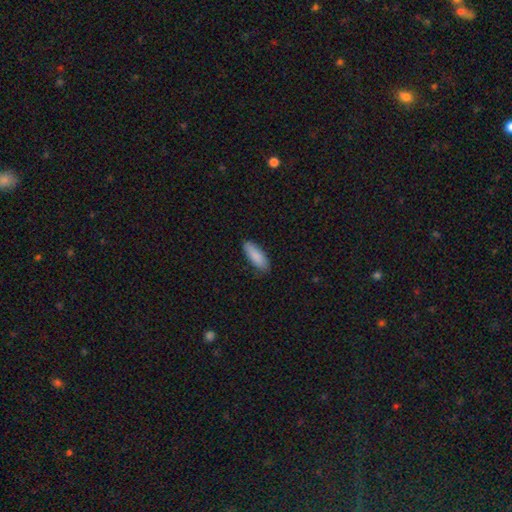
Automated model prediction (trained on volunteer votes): This appears to be a smooth galaxy with no disk features (88%) that is in between round and cigar-shaped (66%). Merging: none (83%).